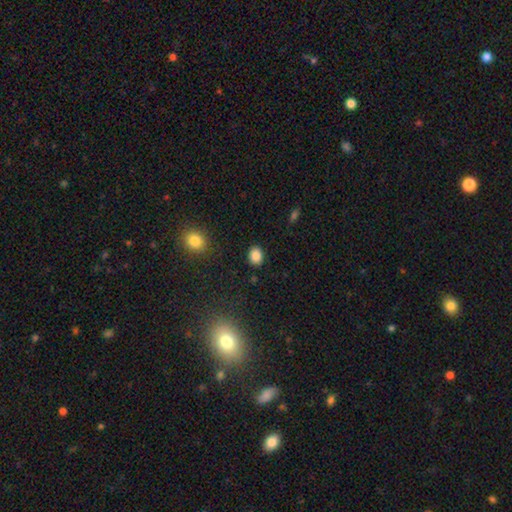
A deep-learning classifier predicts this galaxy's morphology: This is clearly a smooth galaxy (86%). How rounded: possibly in between (57%). Merging: clearly none (88%).